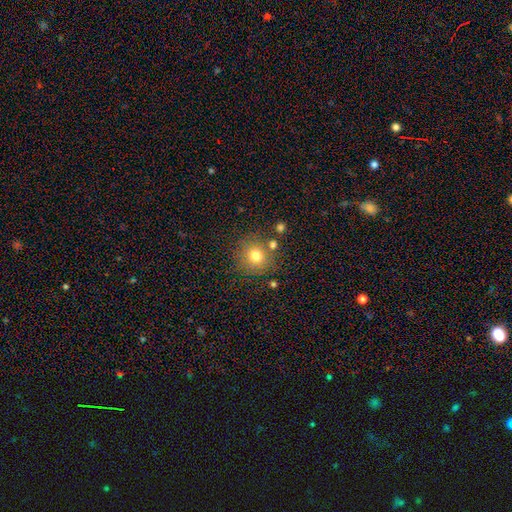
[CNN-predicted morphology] smooth-or-featured: smooth: 76% | star or artifact: 14% | featured or disk: 10%
  how-rounded: round: 92% | in between: 7% | cigar-shaped: 1%
  merging: none: 79% | minor disturbance: 10% | merger: 8% | major disturbance: 4%